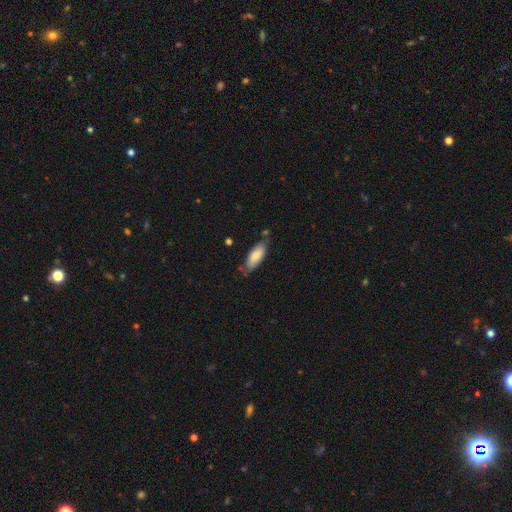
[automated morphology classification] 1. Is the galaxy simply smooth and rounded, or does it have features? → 80% smooth, 14% featured or disk, 6% star or artifact.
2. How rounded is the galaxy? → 74% in between, 24% cigar-shaped, 2% round.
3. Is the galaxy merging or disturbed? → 67% none, 24% minor disturbance, 5% merger, 5% major disturbance.